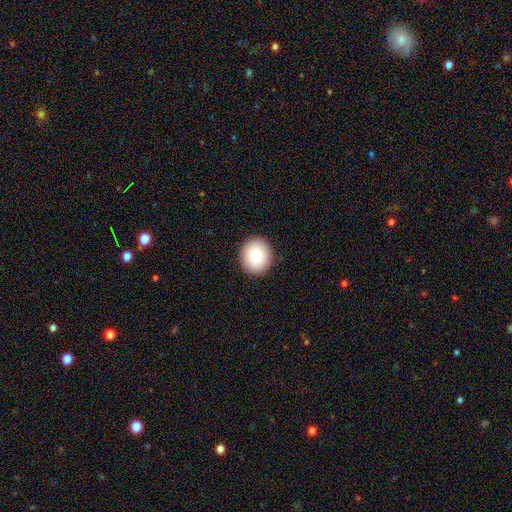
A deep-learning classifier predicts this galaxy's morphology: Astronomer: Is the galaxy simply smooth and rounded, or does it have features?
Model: smooth — 80%.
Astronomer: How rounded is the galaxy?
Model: round — 82%.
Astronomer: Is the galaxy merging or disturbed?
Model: none — 91%.